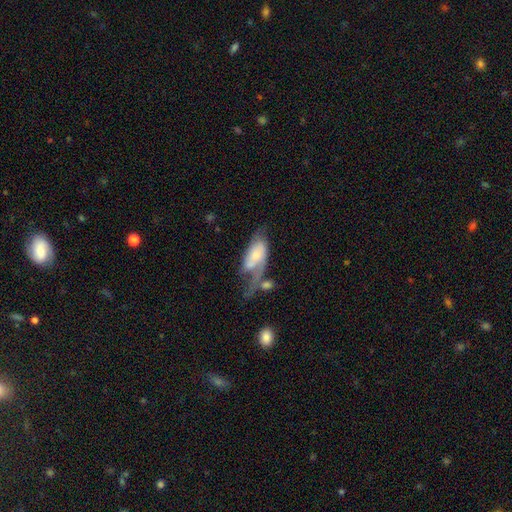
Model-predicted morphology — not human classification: Smooth or featured: featured or disk — 53% (smooth — 41%)
Edge-on disk: no — 90% (yes — 10%)
Merging: major disturbance — 34% (merger — 26%)